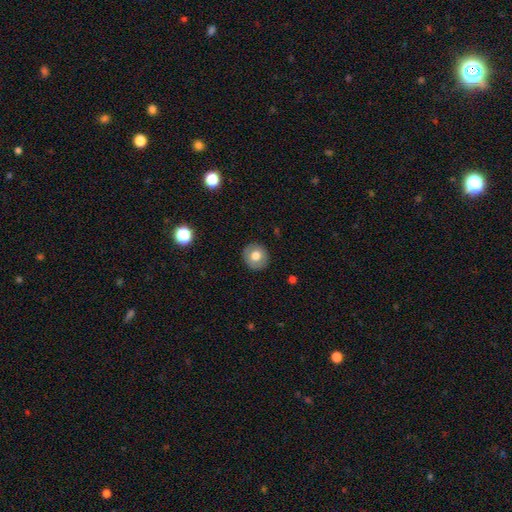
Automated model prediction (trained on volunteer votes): Smooth or featured? smooth (71%)
How rounded? round (86%)
Merging? none (89%)